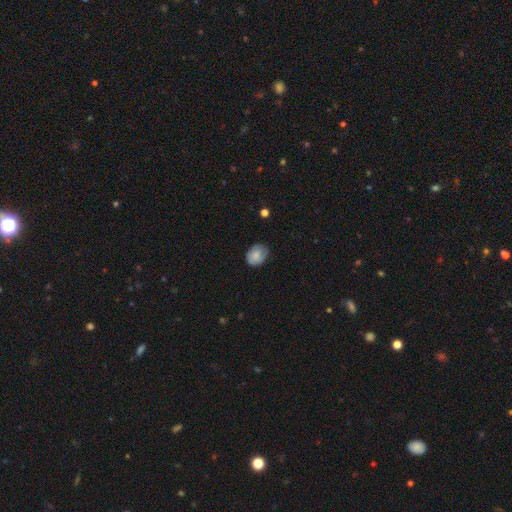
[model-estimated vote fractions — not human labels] Overall: smooth (75%). How rounded: in between (57%; round 42%). Merging: none (72%).